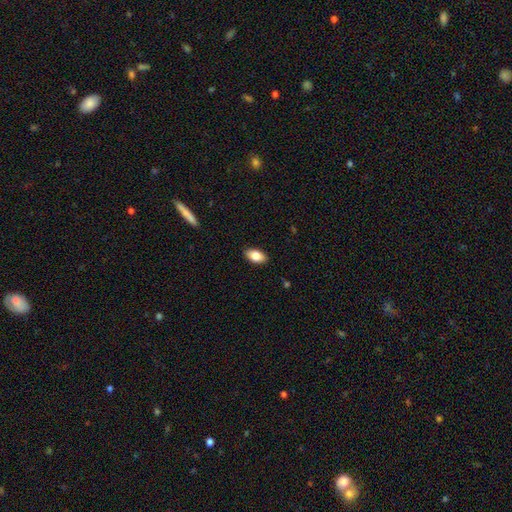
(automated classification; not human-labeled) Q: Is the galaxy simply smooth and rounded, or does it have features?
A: smooth — 81%.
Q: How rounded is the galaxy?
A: in between — 92%.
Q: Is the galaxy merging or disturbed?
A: none — 89%.